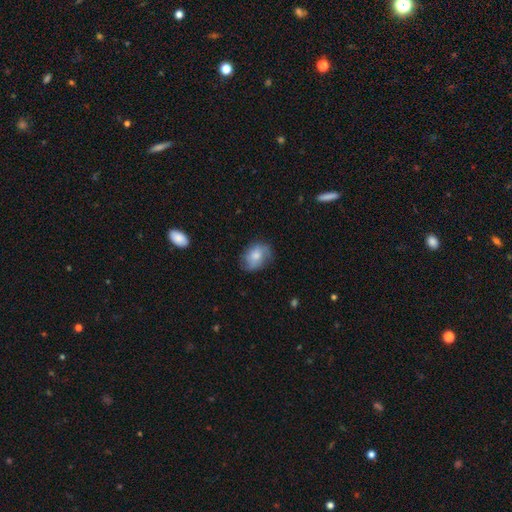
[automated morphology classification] The model was most divided on "smooth or featured": smooth: 58%, featured or disk: 34%, star or artifact: 8%. More confident: merging — none (67%); how rounded — in between (64%).